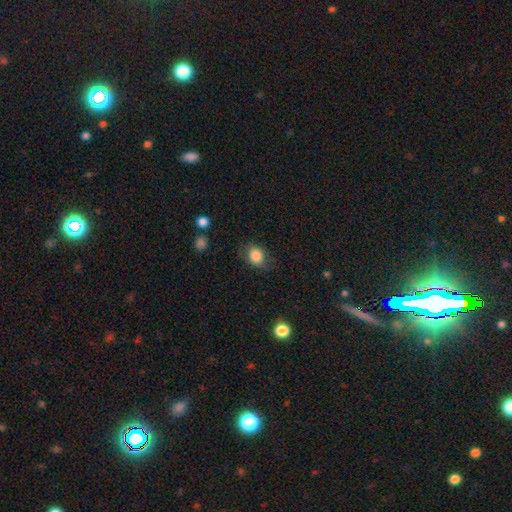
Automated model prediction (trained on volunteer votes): Smooth or featured? Predicted: smooth (p=0.84). How rounded? Predicted: round (p=0.56). Merging? Predicted: none (p=0.70).